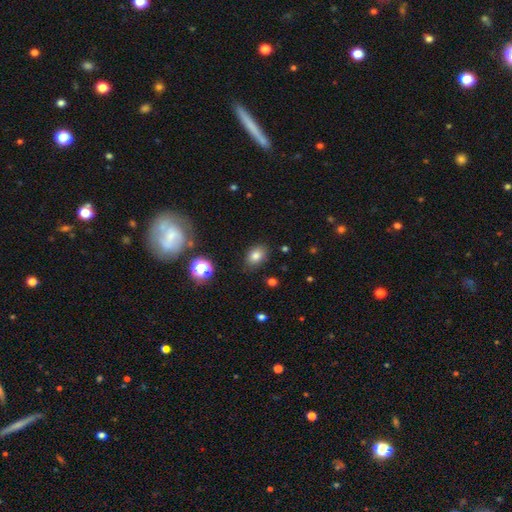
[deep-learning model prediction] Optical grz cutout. It shows a smooth galaxy with no disk features (80%) that is in between round and cigar-shaped (70%). Merging: none (83%).